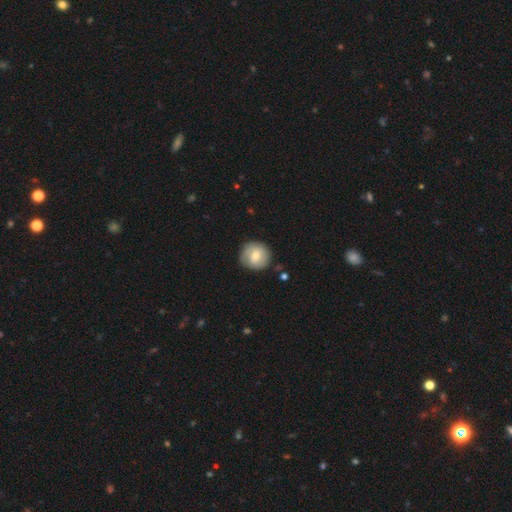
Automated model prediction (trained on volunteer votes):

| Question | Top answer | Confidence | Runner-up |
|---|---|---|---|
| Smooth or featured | smooth | 60% | featured or disk (34%) |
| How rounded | round | 90% | in between (9%) |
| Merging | none | 79% | minor disturbance (15%) |